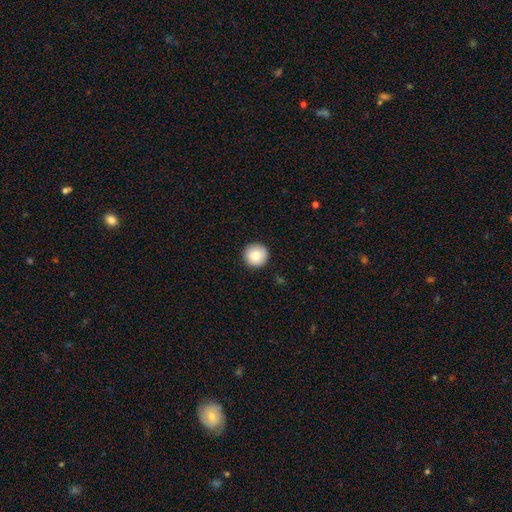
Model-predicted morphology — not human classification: This is clearly a smooth galaxy (86%). How rounded: clearly round (96%). Merging: clearly none (91%).